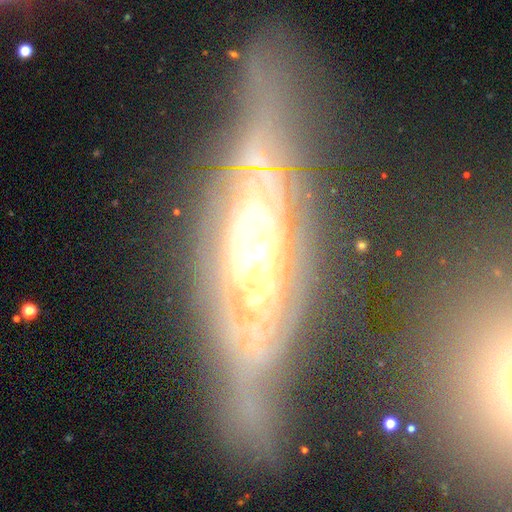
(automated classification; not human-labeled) This appears to be a featured or disk galaxy (81%) with no bar (65%), spiral arms (62%) and a moderate central bulge (55%). Merging: none (73%).